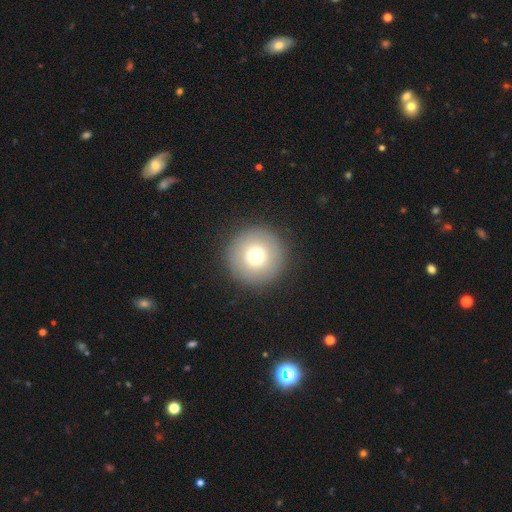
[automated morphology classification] smooth 75%, featured or disk 15%, star or artifact 11%. Down the decision tree: how rounded — round (97%); merging — none (91%).